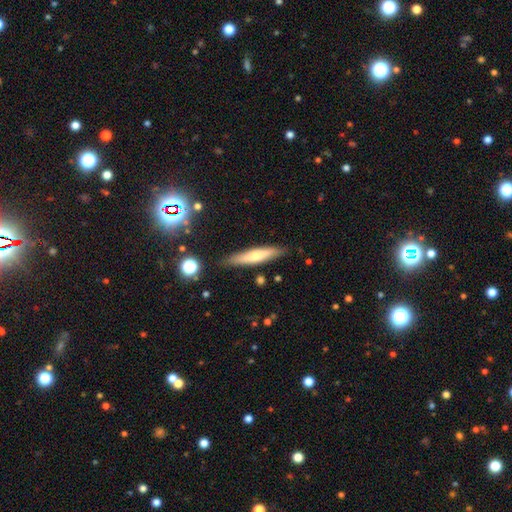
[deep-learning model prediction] smooth 55%, featured or disk 38%, star or artifact 7%. Down the decision tree: how rounded — cigar-shaped (84%); merging — none (85%).